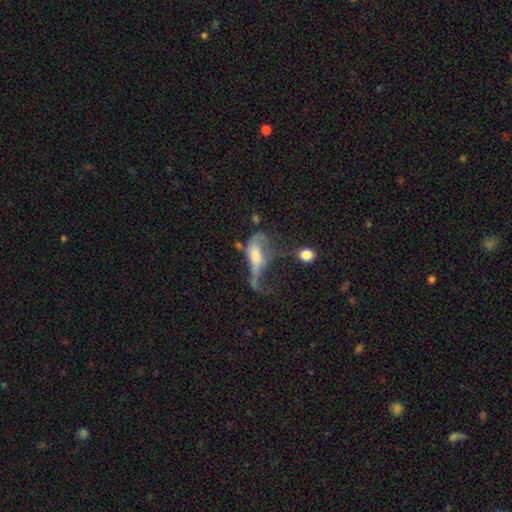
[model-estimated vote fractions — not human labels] Smooth or featured?
  - featured or disk: 50% *
  - smooth: 39%
  - star or artifact: 11%
Edge-on disk?
  - no: 77% *
  - yes: 23%
Merging?
  - major disturbance: 55% *
  - merger: 18%
  - none: 14%
  - minor disturbance: 13%